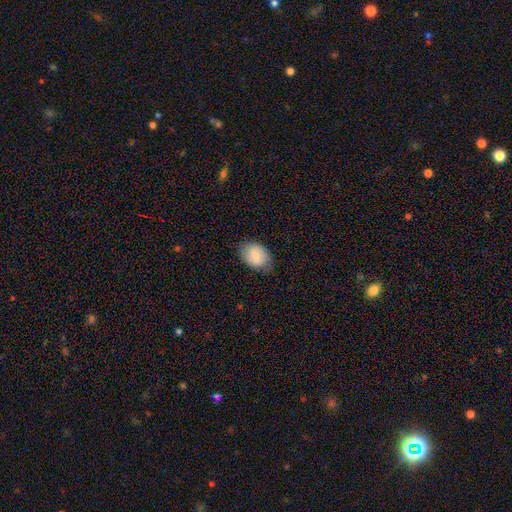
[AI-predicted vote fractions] The model was most divided on "merging": none: 75%, minor disturbance: 20%, major disturbance: 5%, merger: 1%. More confident: smooth or featured — smooth (81%); how rounded — in between (77%).